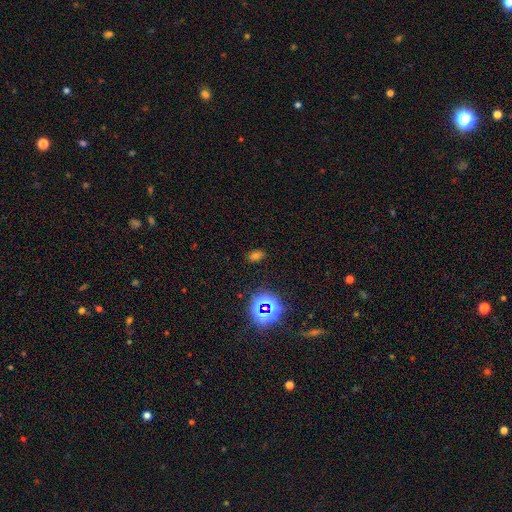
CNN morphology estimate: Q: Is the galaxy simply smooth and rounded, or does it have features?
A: smooth — 56%.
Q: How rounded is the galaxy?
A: in between — 78%.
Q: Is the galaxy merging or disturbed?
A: none — 84%.